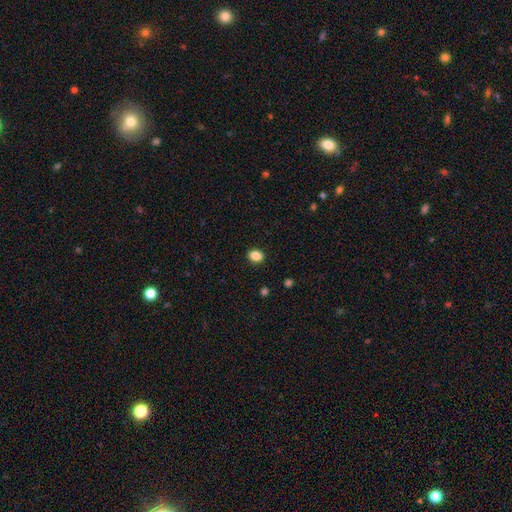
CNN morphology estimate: Q: Smooth or featured?
A: smooth (87%); runner-up: star or artifact (10%)
Q: How rounded?
A: in between (62%); runner-up: round (37%)
Q: Merging?
A: none (90%); runner-up: minor disturbance (7%)